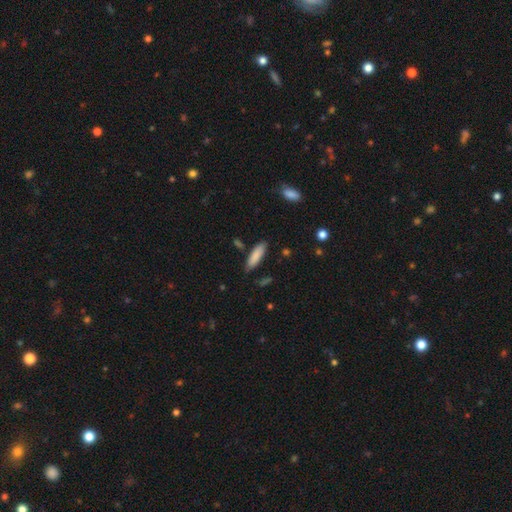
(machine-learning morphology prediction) type=smooth (86%); roundness=cigar-shaped (55%); merging=none (82%).